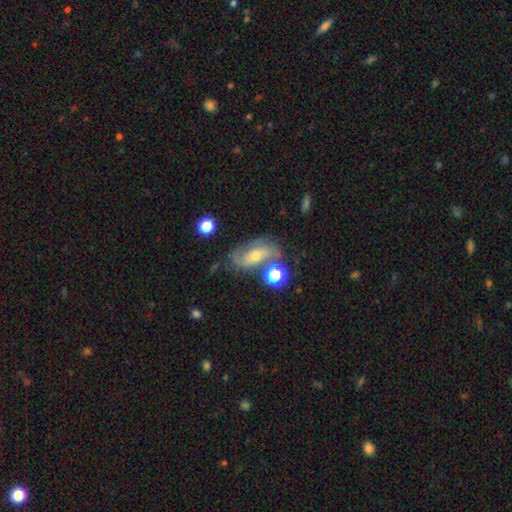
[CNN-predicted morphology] Smooth or featured? Predicted: featured or disk (p=0.73). Edge-on disk? Predicted: no (p=0.93). Bar? Predicted: no (p=0.42). Spiral arms? Predicted: yes (p=0.91). Spiral winding? Predicted: medium (p=0.45). Spiral arm count? Predicted: 2 (p=0.82). Bulge size? Predicted: moderate (p=0.50). Merging? Predicted: none (p=0.62).